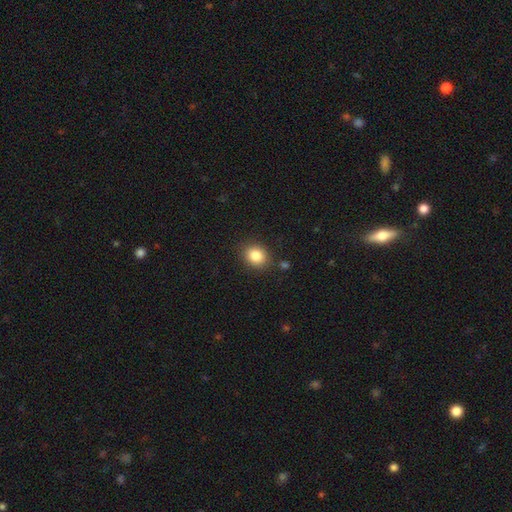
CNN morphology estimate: Overall: smooth (85%). How rounded: round (65%; in between 34%). Merging: none (85%).